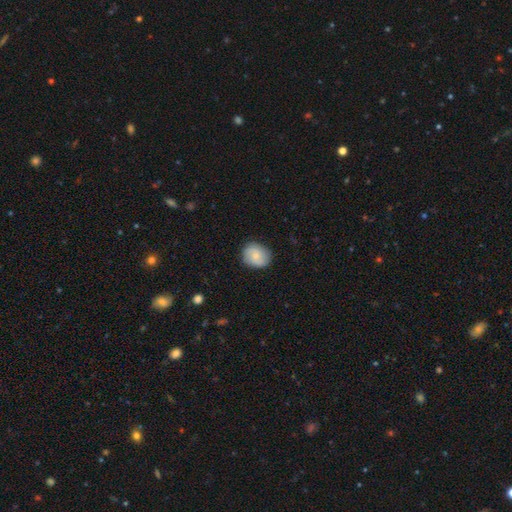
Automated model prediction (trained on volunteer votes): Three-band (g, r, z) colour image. It shows a smooth galaxy with no disk features (68%) that is round (68%). Merging: none (84%).